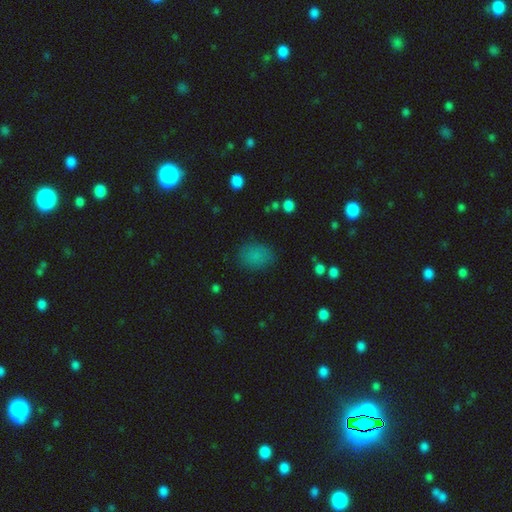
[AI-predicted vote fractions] smooth-or-featured: smooth: 80% | star or artifact: 13% | featured or disk: 7%
  how-rounded: in between: 68% | round: 31% | cigar-shaped: 1%
  merging: none: 79% | minor disturbance: 14% | major disturbance: 5% | merger: 2%